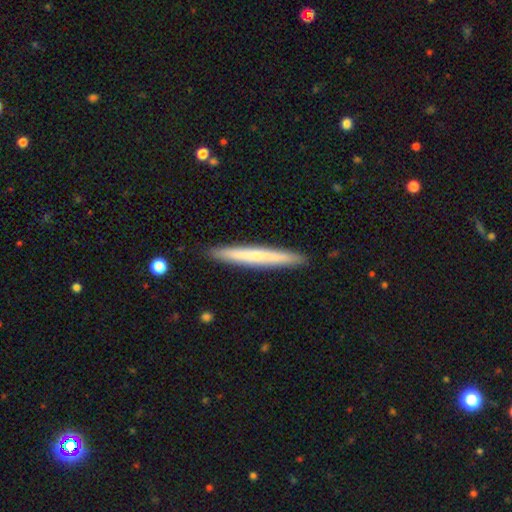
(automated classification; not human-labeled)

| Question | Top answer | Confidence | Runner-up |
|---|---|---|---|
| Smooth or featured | smooth | 59% | featured or disk (35%) |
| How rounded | cigar-shaped | 97% | in between (2%) |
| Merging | none | 92% | minor disturbance (6%) |